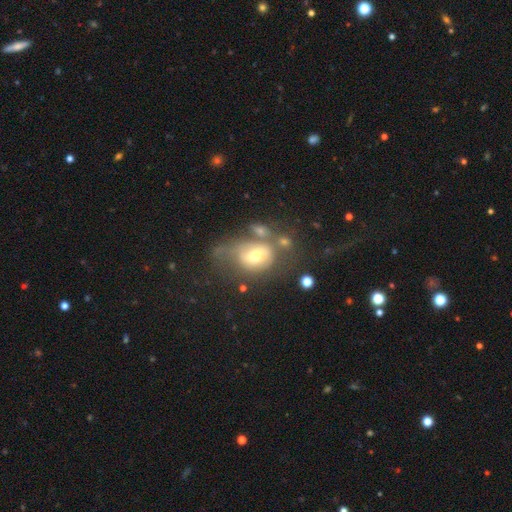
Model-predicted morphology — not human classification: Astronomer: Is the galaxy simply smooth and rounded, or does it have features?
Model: smooth — 52% (runner-up: featured or disk, 37%).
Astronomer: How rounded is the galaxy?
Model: in between — 61% (runner-up: round, 38%).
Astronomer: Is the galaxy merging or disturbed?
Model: major disturbance — 31% (runner-up: none, 26%).